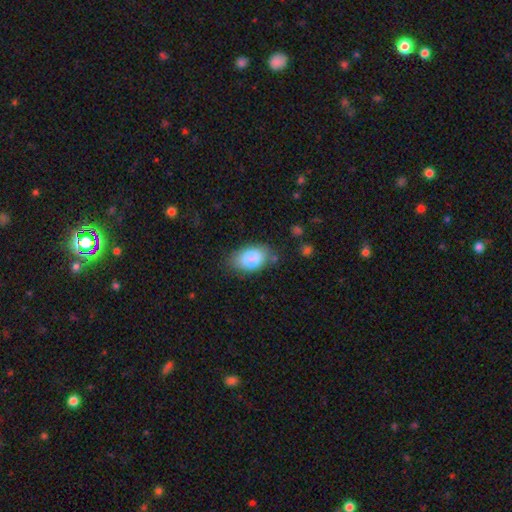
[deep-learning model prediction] Morphology: type=smooth (82%); roundness=in between (91%); merging=none (78%).